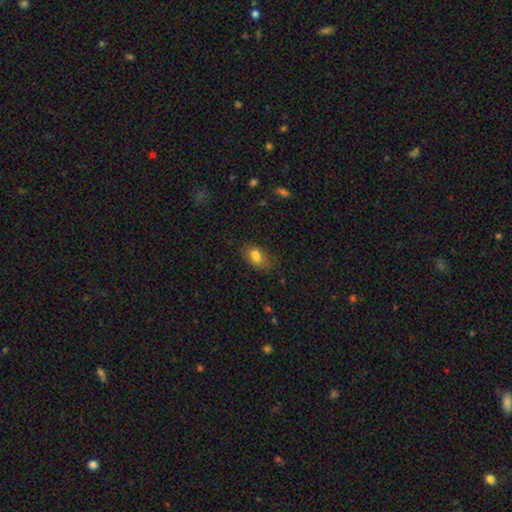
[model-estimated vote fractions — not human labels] smooth-or-featured: smooth: 74% | featured or disk: 15% | star or artifact: 11%
  how-rounded: in between: 86% | round: 11% | cigar-shaped: 3%
  merging: none: 55% | minor disturbance: 23% | merger: 14% | major disturbance: 8%